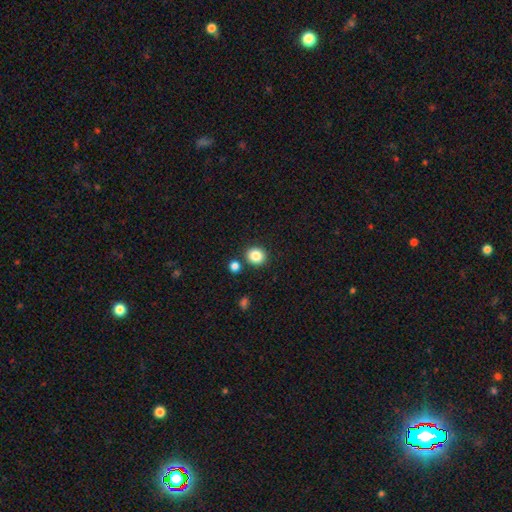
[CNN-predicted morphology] Smooth or featured?
  - smooth: 86% *
  - star or artifact: 10%
  - featured or disk: 4%
How rounded?
  - round: 80% *
  - in between: 20%
  - cigar-shaped: 1%
Merging?
  - none: 85% *
  - minor disturbance: 7%
  - merger: 6%
  - major disturbance: 2%